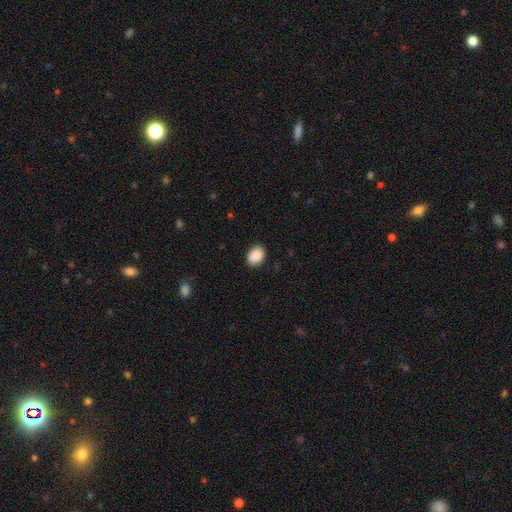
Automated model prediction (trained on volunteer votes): Smooth or featured?
  - smooth: 90% *
  - star or artifact: 7%
  - featured or disk: 3%
How rounded?
  - in between: 69% *
  - round: 31%
  - cigar-shaped: 1%
Merging?
  - none: 89% *
  - minor disturbance: 8%
  - major disturbance: 2%
  - merger: 1%